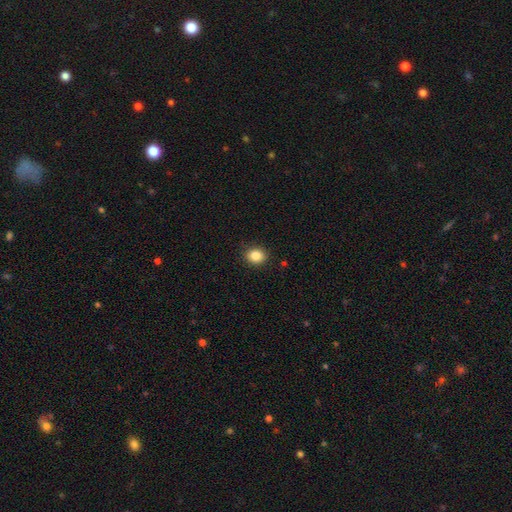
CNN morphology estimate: smooth 85%, star or artifact 10%, featured or disk 5%. Down the decision tree: how rounded — round (74%); merging — none (90%).